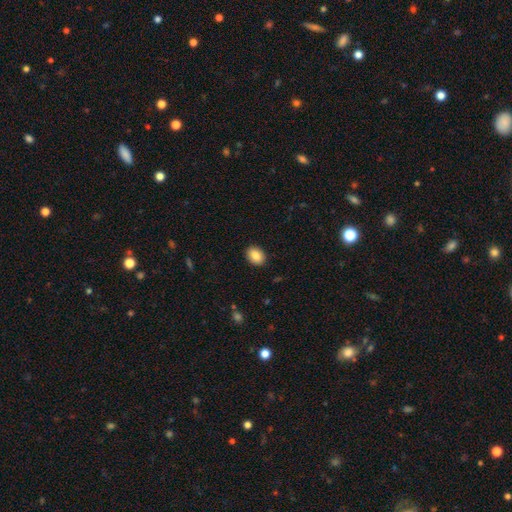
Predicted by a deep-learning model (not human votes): This appears to be a smooth galaxy with no disk features (86%) that is in between round and cigar-shaped (67%). Merging: none (90%).